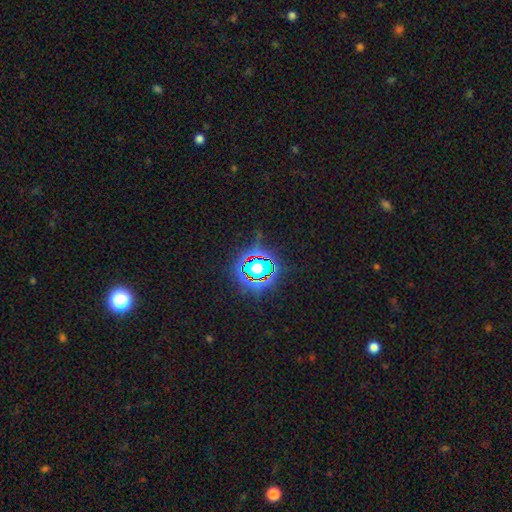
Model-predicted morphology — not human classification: This appears to be a star or artifact, not a galaxy (82%).